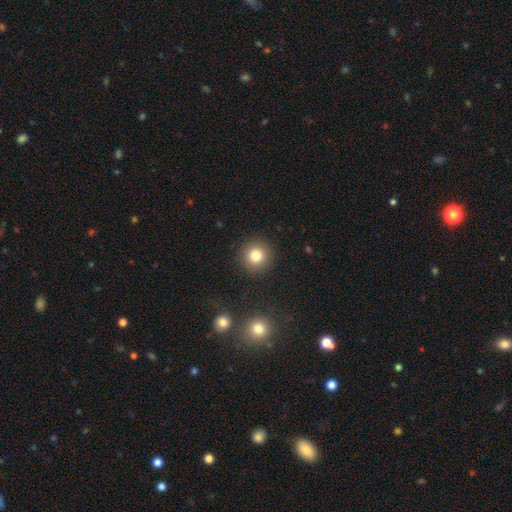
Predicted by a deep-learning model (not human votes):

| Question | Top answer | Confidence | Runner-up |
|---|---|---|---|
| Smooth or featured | smooth | 81% | star or artifact (12%) |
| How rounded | round | 94% | in between (5%) |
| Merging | none | 90% | minor disturbance (6%) |